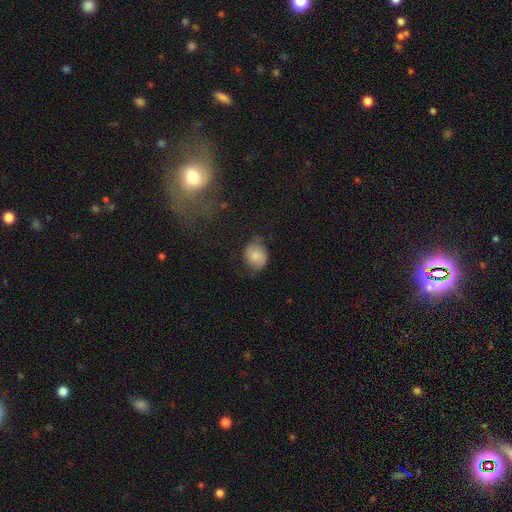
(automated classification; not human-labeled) Smooth or featured?
  - smooth: 76% *
  - featured or disk: 15%
  - star or artifact: 9%
How rounded?
  - round: 63% *
  - in between: 36%
  - cigar-shaped: 1%
Merging?
  - none: 64% *
  - minor disturbance: 25%
  - major disturbance: 9%
  - merger: 2%